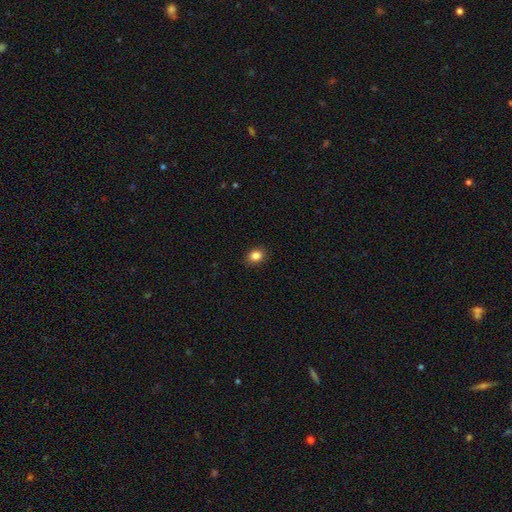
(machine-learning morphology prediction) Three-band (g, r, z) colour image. It shows a smooth galaxy with no disk features (86%) that is in between round and cigar-shaped (53%). Merging: none (89%).